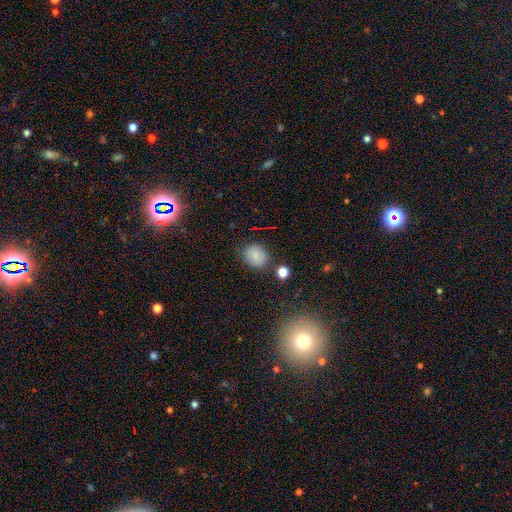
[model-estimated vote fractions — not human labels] smooth-or-featured: smooth: 82% | star or artifact: 11% | featured or disk: 7%
  how-rounded: round: 60% | in between: 39% | cigar-shaped: 1%
  merging: none: 79% | minor disturbance: 14% | merger: 4% | major disturbance: 4%